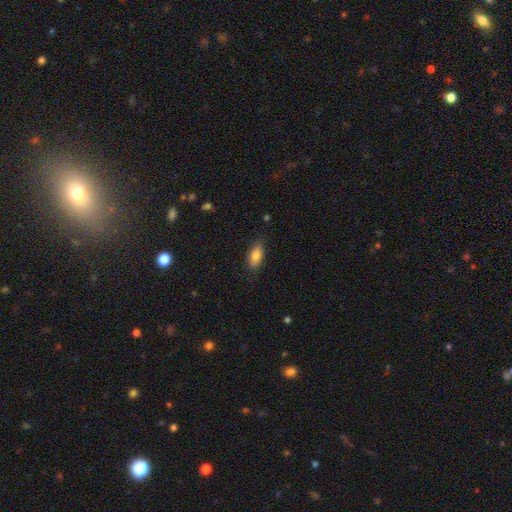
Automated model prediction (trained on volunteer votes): Smooth or featured?
  - smooth: 78% *
  - featured or disk: 15%
  - star or artifact: 7%
How rounded?
  - in between: 81% *
  - cigar-shaped: 16%
  - round: 3%
Merging?
  - none: 82% *
  - minor disturbance: 14%
  - major disturbance: 3%
  - merger: 1%